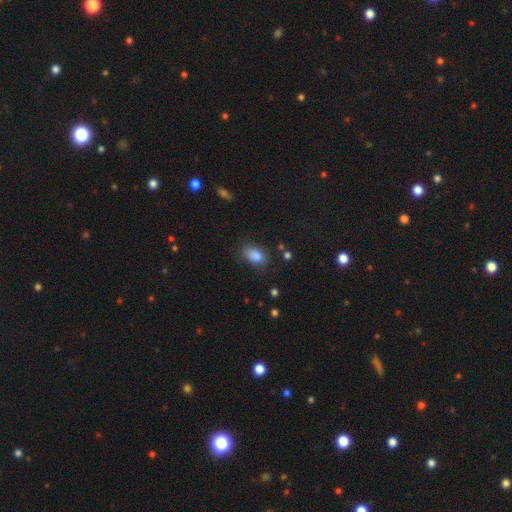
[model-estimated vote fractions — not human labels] A smooth galaxy with no disk features (84%) that is in between round and cigar-shaped (84%). Merging: none (72%).